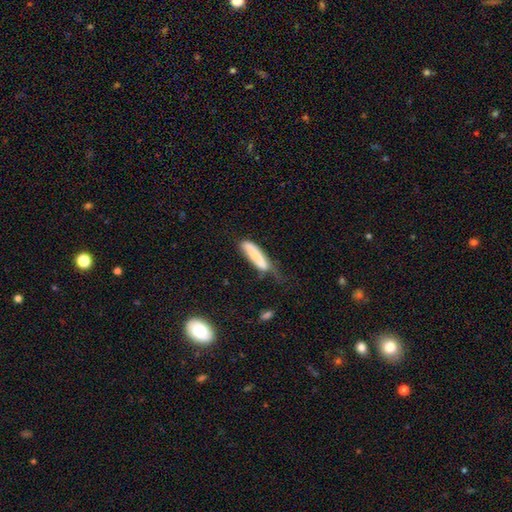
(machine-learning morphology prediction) Overall: smooth (70%). How rounded: cigar-shaped (74%). Merging: minor disturbance (36%, tied with none).